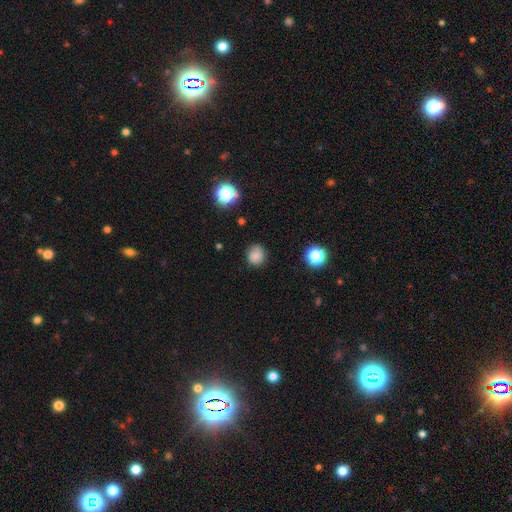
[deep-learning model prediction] Overall: smooth (77%). How rounded: round (80%). Merging: none (79%).